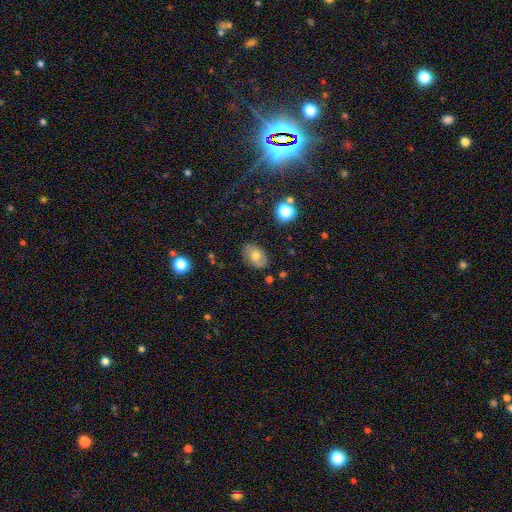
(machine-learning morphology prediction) Overall: smooth (67%). How rounded: in between (81%). Merging: none (79%).